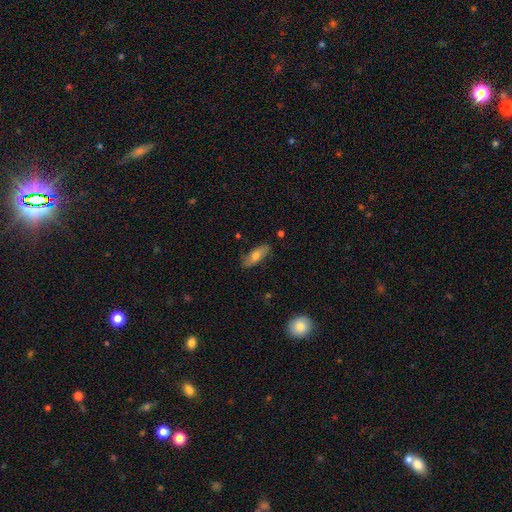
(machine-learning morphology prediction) type=smooth (65%); roundness=in between (73%); merging=none (80%).